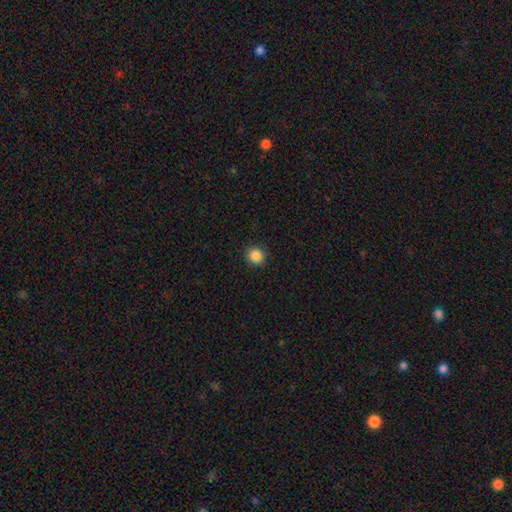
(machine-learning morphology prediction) Smooth or featured: smooth — 87% (star or artifact — 10%)
How rounded: round — 90% (in between — 9%)
Merging: none — 92% (minor disturbance — 6%)